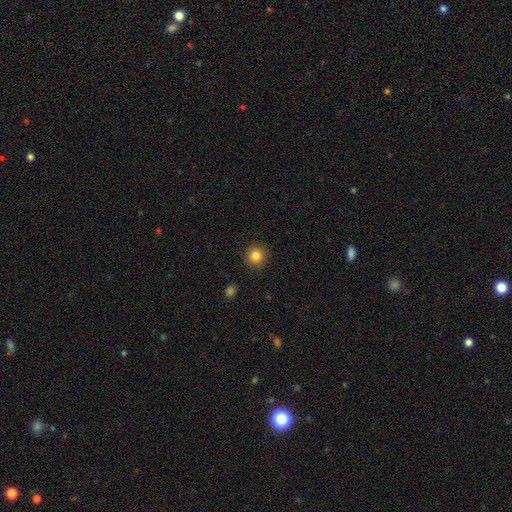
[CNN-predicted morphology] This appears to be a smooth galaxy with no disk features (84%) that is round (93%). Merging: none (91%).